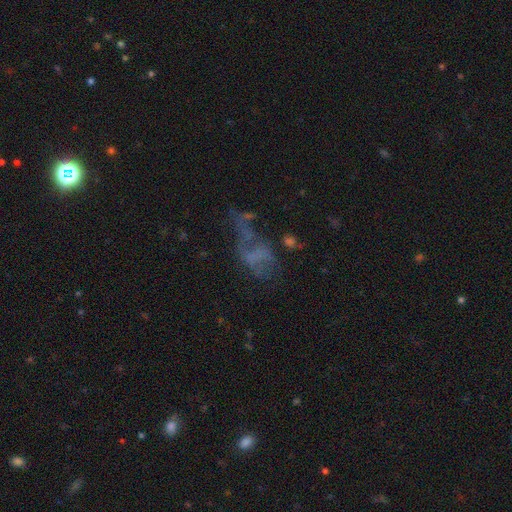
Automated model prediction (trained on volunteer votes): smooth_or_featured: featured or disk (p=0.46) [alt: smooth p=0.30]
merging: major disturbance (p=0.42) [alt: none p=0.28]